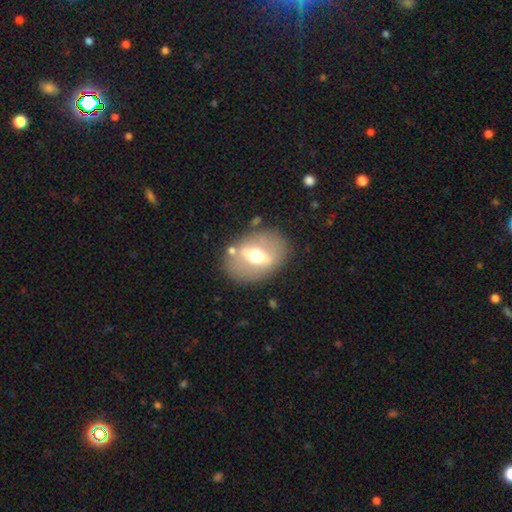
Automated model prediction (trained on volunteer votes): smooth-or-featured: featured or disk: 55% | smooth: 37% | star or artifact: 8%
  disk-edge-on: no: 81% | yes: 19%
  merging: none: 78% | minor disturbance: 12% | major disturbance: 6% | merger: 3%